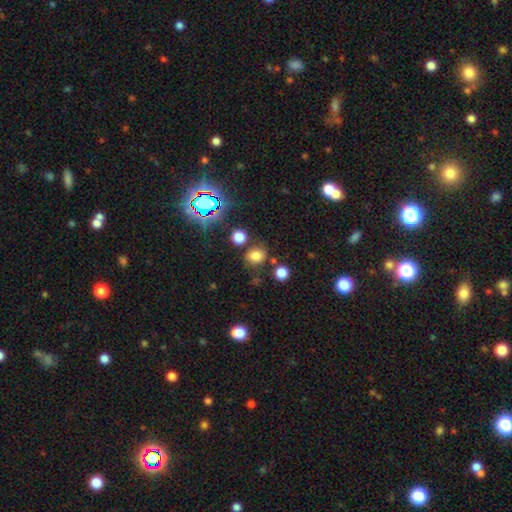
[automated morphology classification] Q: Smooth or featured?
A: smooth (74%); runner-up: star or artifact (19%)
Q: How rounded?
A: round (63%); runner-up: in between (36%)
Q: Merging?
A: none (75%); runner-up: minor disturbance (12%)